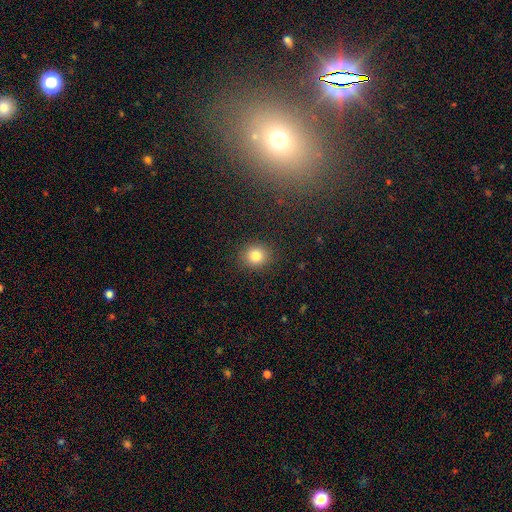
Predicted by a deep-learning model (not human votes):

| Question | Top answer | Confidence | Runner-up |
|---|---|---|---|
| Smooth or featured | smooth | 82% | star or artifact (11%) |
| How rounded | round | 81% | in between (18%) |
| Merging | none | 89% | minor disturbance (7%) |